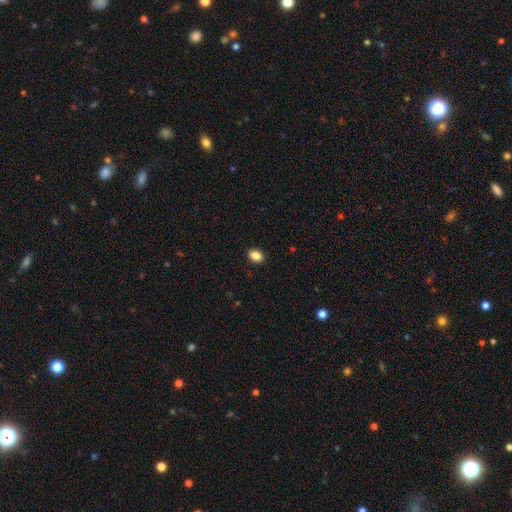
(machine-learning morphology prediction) type=smooth (88%); roundness=in between (75%); merging=none (90%).